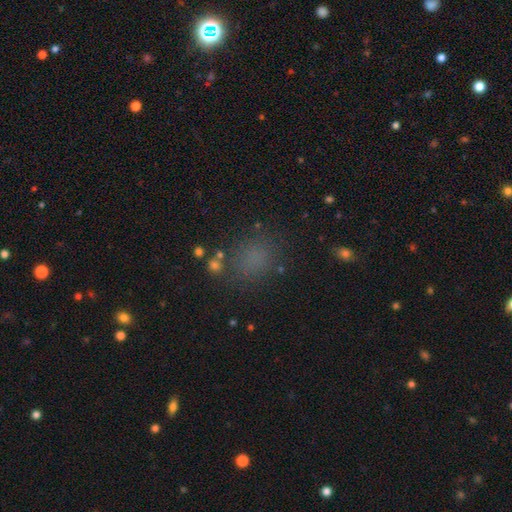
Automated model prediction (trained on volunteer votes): Smooth or featured? smooth (69%)
How rounded? round (61%)
Merging? none (77%)